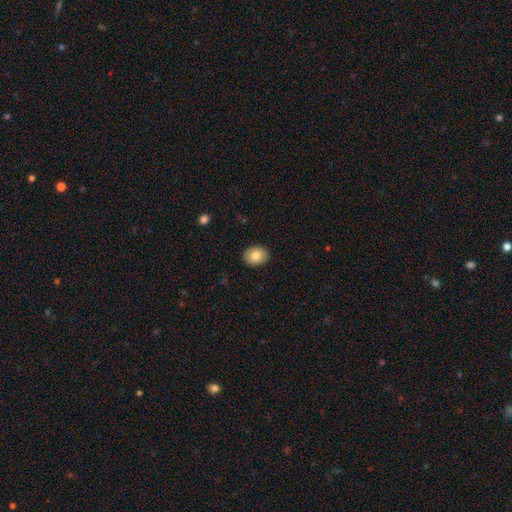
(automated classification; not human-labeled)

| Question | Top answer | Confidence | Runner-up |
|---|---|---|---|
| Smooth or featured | smooth | 81% | featured or disk (11%) |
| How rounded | in between | 55% | round (44%) |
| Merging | none | 91% | minor disturbance (7%) |